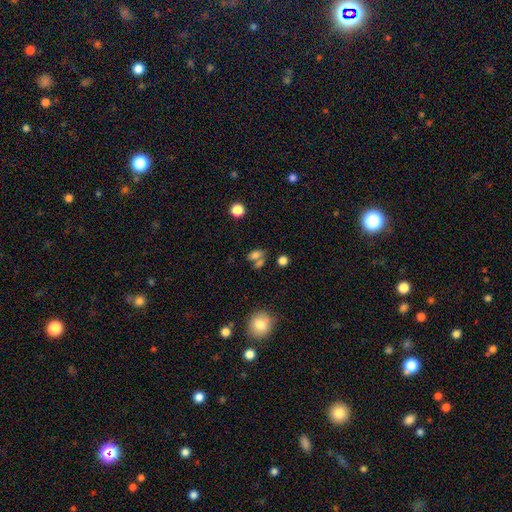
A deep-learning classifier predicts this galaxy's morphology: A smooth galaxy with no disk features (73%) that is in between round and cigar-shaped (76%).

Vote fractions:
- Smooth or featured? smooth: 73% / star or artifact: 14% / featured or disk: 13%
- How rounded? in between: 76% / round: 18% / cigar-shaped: 5%
- Merging? none: 41% / merger: 39% / minor disturbance: 13% / major disturbance: 7%